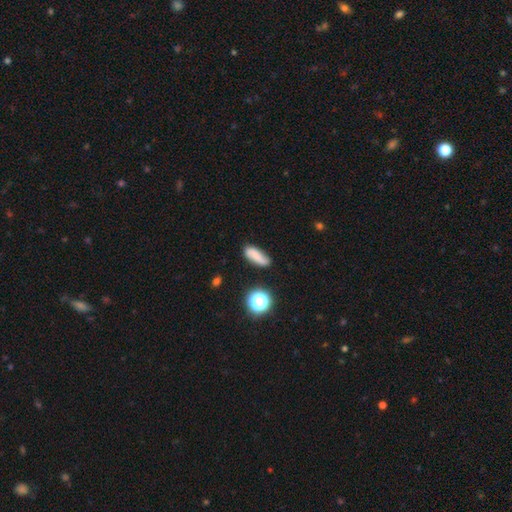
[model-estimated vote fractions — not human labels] A smooth galaxy with no disk features (64%) that is in between round and cigar-shaped (58%).

Vote fractions:
- Smooth or featured? smooth: 64% / featured or disk: 23% / star or artifact: 12%
- How rounded? in between: 58% / cigar-shaped: 34% / round: 8%
- Merging? none: 73% / minor disturbance: 19% / major disturbance: 5% / merger: 4%